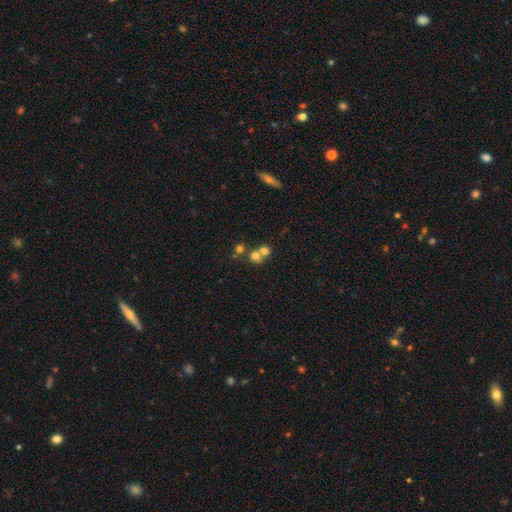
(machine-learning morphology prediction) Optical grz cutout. It shows a smooth galaxy with no disk features (68%) that is round (81%). Merging: merger (59%).